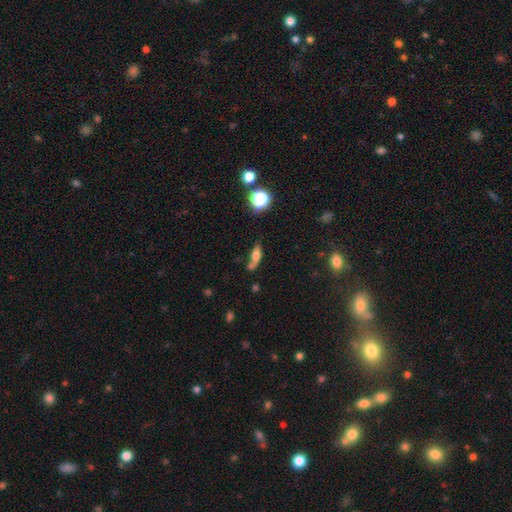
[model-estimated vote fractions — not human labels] Overall: smooth (61%; featured or disk 24%). How rounded: in between (54%; cigar-shaped 38%). Merging: none (45%; merger 25%).